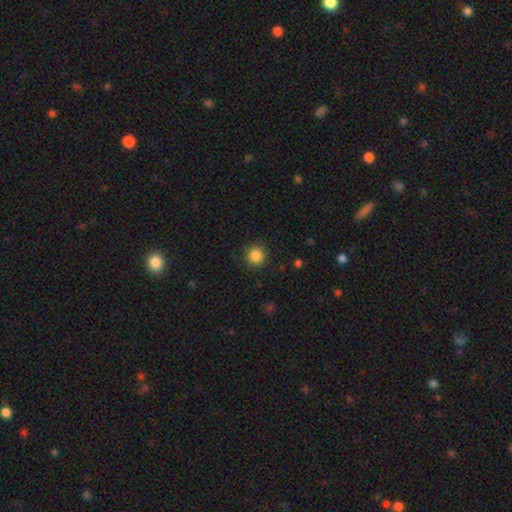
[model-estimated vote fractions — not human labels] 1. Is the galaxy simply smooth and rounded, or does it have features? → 86% smooth, 11% star or artifact, 4% featured or disk.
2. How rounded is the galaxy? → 94% round, 5% in between, 1% cigar-shaped.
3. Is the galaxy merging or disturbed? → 91% none, 6% minor disturbance, 2% major disturbance, 1% merger.